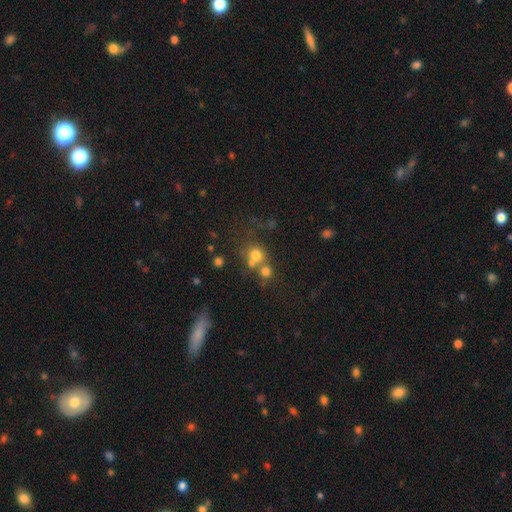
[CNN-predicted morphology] type=smooth (70%); roundness=round (82%); merging=merger (44%).